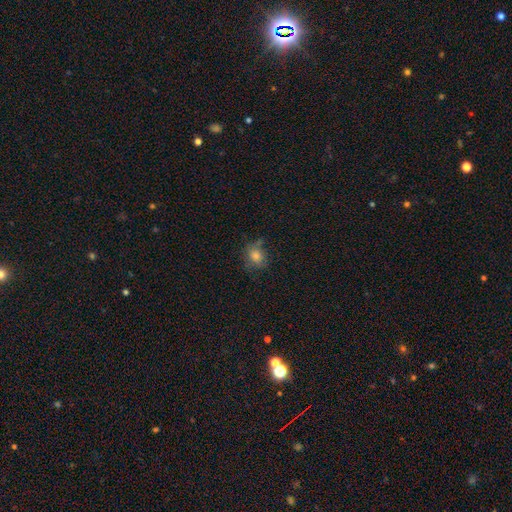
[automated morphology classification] type=smooth (70%); roundness=round (61%); merging=none (67%).